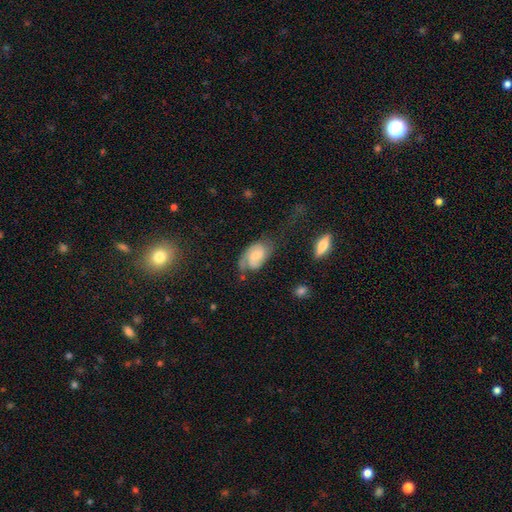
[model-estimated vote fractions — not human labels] A featured or disk galaxy (67%) with a weak bar (48%), 2 (74%) medium (45%) spiral arms (92%) and a small central bulge (37%).

Vote fractions:
- Smooth or featured? featured or disk: 67% / smooth: 25% / star or artifact: 8%
- Edge-on disk? no: 97% / yes: 3%
- Bar? weak: 48% / no: 40% / strong: 12%
- Spiral arms? yes: 92% / no: 8%
- Spiral winding? medium: 45% / tight: 36% / loose: 20%
- Spiral arm count? 2: 74% / 1: 13% / can't tell: 10% / 3: 2% / 4: 1% / more than 4: 1%
- Bulge size? small: 37% / moderate: 34% / none: 18% / large: 9% / dominant: 2%
- Merging? none: 51% / minor disturbance: 26% / major disturbance: 19% / merger: 4%